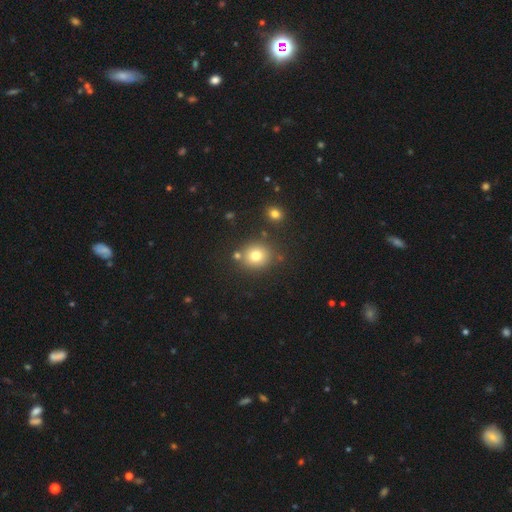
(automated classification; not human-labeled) smooth 76%, star or artifact 14%, featured or disk 10%. Down the decision tree: how rounded — round (84%); merging — none (78%).